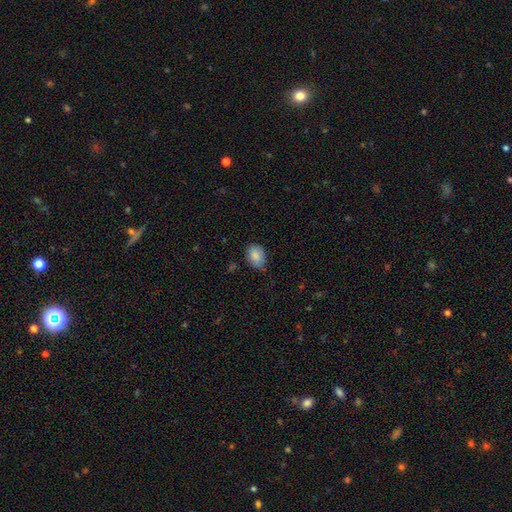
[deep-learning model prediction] A smooth galaxy with no disk features (84%) that is in between round and cigar-shaped (74%). Merging: none (55%).